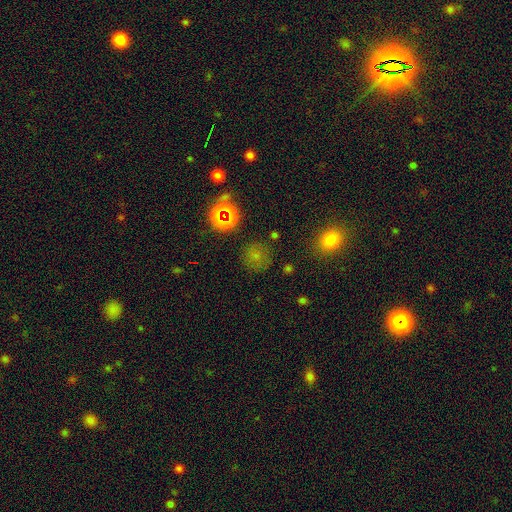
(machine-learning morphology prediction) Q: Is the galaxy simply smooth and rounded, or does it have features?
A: smooth — 62%.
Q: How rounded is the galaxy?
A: round — 89%.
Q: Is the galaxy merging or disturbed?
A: none — 79%.